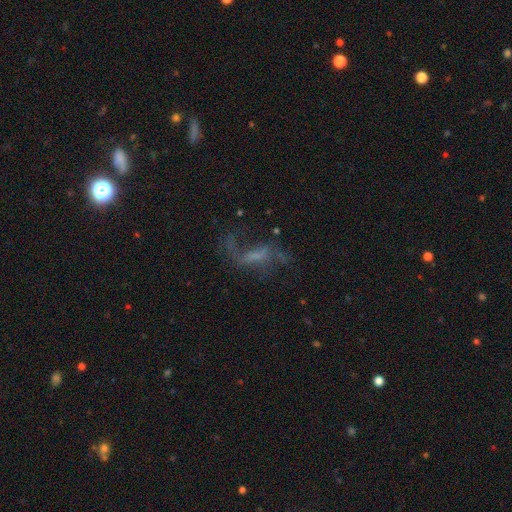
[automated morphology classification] smooth_or_featured: featured or disk (p=0.65) [alt: smooth p=0.19]
disk_edge_on: no (p=0.91) [alt: yes p=0.09]
bar: weak (p=0.39) [alt: no p=0.32]
has_spiral_arms: yes (p=0.71) [alt: no p=0.29]
bulge_size: none (p=0.57) [alt: small p=0.25]
merging: none (p=0.43) [alt: major disturbance p=0.37]